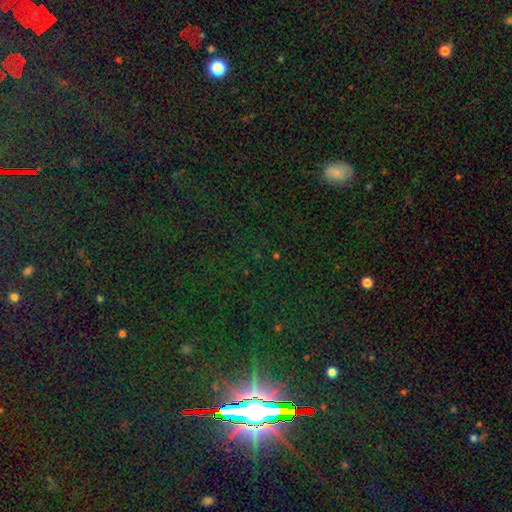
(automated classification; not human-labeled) This appears to be a star or artifact, not a galaxy (79%).